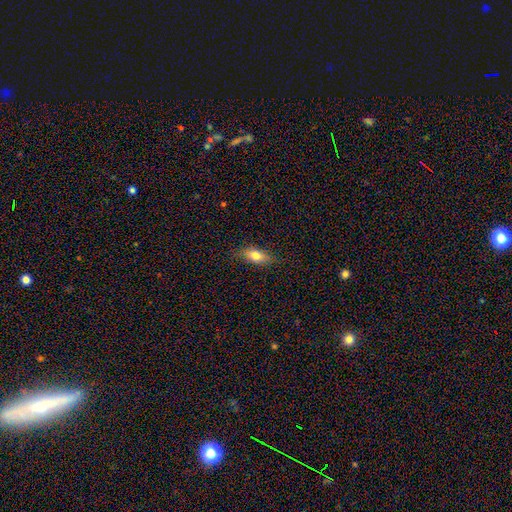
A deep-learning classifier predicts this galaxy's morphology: Q: Smooth or featured?
A: smooth (72%); runner-up: featured or disk (20%)
Q: How rounded?
A: in between (77%); runner-up: cigar-shaped (18%)
Q: Merging?
A: none (79%); runner-up: minor disturbance (16%)